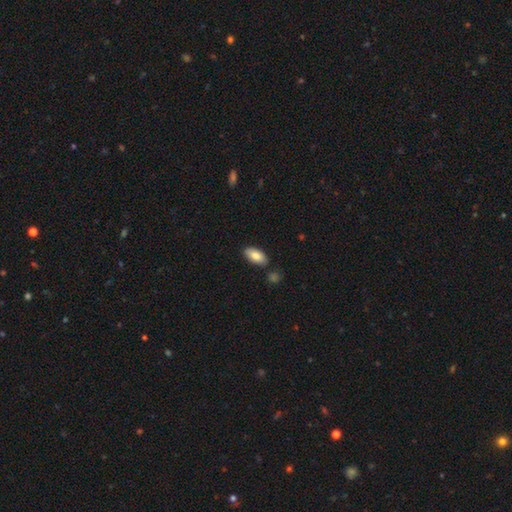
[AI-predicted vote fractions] Overall: smooth (83%). How rounded: in between (92%). Merging: none (82%).